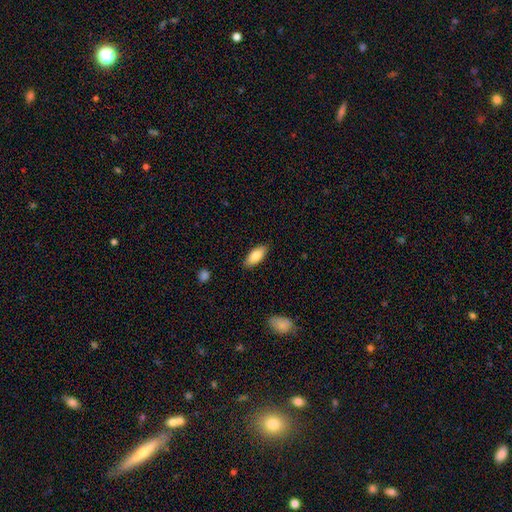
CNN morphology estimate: The model was most divided on "smooth or featured": smooth: 81%, featured or disk: 13%, star or artifact: 6%. More confident: merging — none (87%); how rounded — in between (87%).